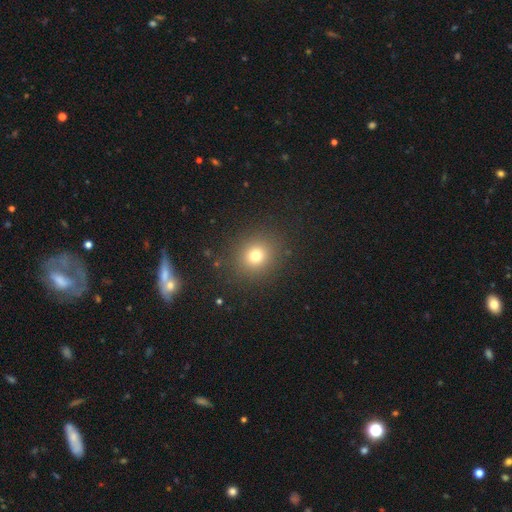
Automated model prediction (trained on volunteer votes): Smooth or featured: smooth — 75% (star or artifact — 16%)
How rounded: round — 83% (in between — 16%)
Merging: none — 88% (minor disturbance — 7%)